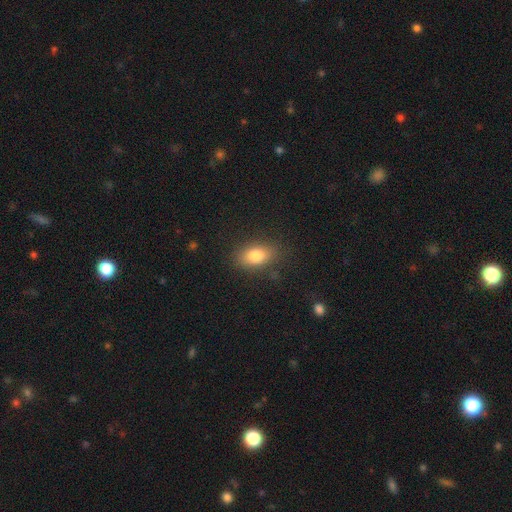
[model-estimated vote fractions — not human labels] smooth-or-featured: smooth: 82% | featured or disk: 10% | star or artifact: 9%
  how-rounded: in between: 87% | round: 10% | cigar-shaped: 3%
  merging: none: 81% | minor disturbance: 13% | major disturbance: 4% | merger: 2%